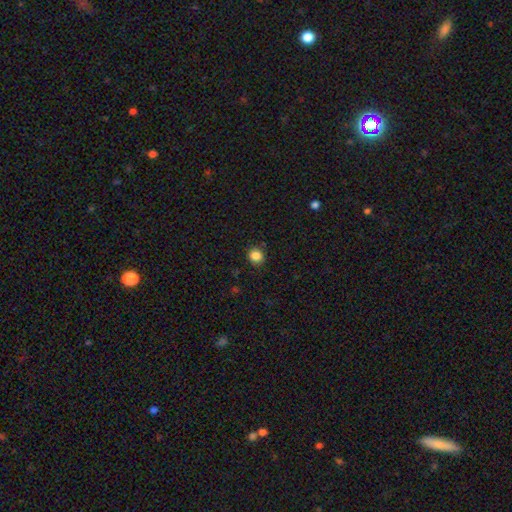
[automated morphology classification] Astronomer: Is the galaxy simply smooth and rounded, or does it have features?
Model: smooth — 85%.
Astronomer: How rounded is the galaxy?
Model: round — 87%.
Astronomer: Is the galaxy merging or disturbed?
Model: none — 87%.